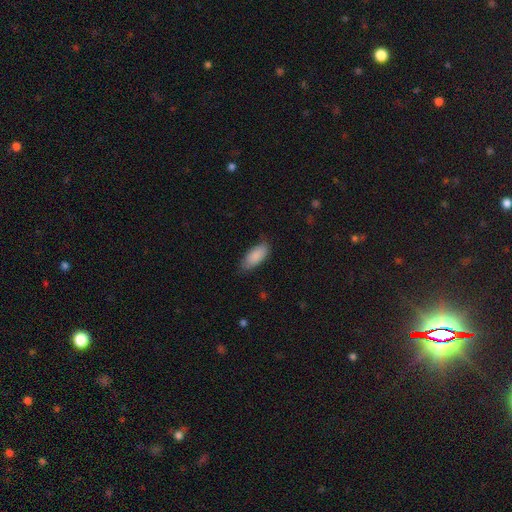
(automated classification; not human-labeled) Smooth or featured? Predicted: smooth (p=0.88). How rounded? Predicted: in between (p=0.84). Merging? Predicted: none (p=0.78).